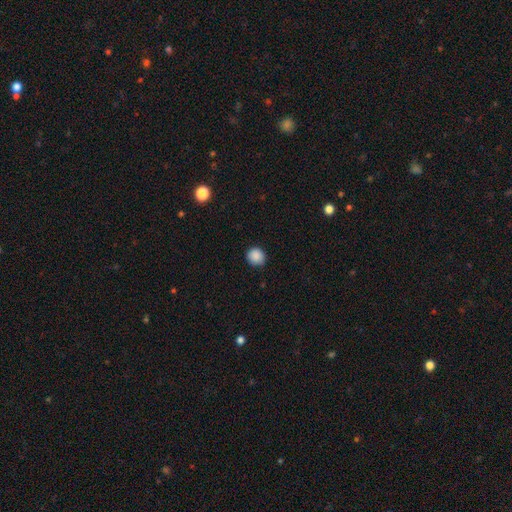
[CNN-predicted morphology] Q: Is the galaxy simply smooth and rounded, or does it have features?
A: smooth — 89%.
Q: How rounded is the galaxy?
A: round — 88%.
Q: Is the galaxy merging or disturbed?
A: none — 87%.